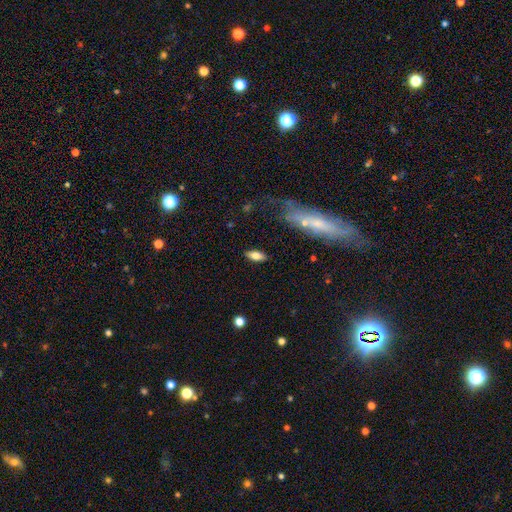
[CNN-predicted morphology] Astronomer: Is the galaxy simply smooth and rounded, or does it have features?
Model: smooth — 73%.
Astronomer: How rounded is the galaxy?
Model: in between — 82%.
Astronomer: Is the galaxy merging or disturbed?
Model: none — 86%.